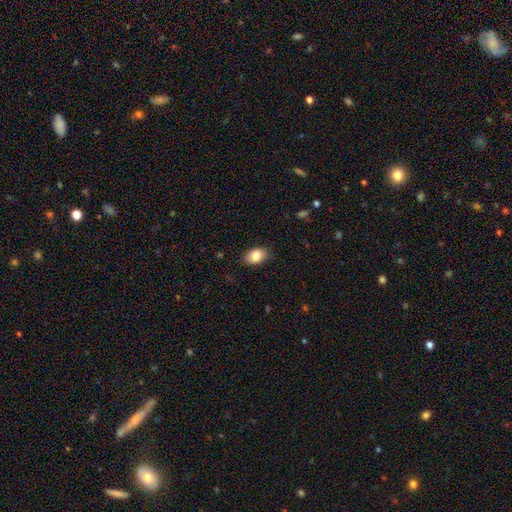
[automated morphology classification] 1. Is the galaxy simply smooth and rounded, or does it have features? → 85% smooth, 7% featured or disk, 7% star or artifact.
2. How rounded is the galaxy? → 87% in between, 12% round, 1% cigar-shaped.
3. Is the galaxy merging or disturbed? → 84% none, 12% minor disturbance, 2% major disturbance, 1% merger.